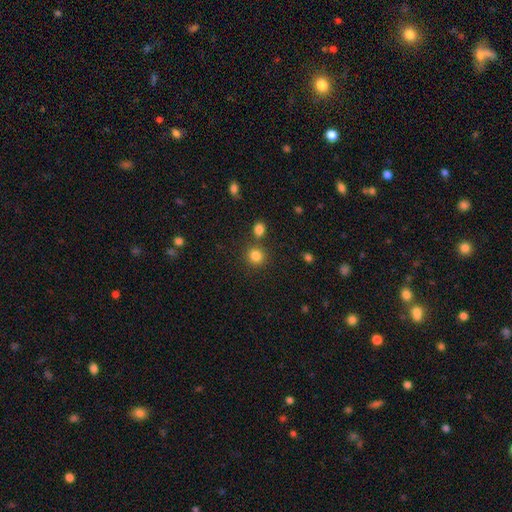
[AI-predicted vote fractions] This is clearly a smooth galaxy (82%). How rounded: clearly round (90%). Merging: likely none (78%).